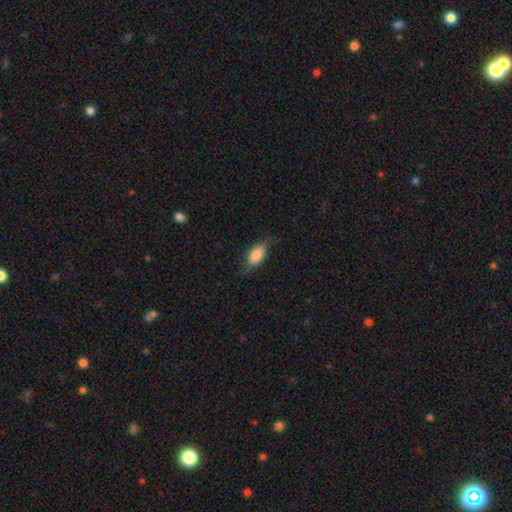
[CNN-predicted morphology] This is clearly a smooth galaxy (83%). How rounded: clearly in between (88%). Merging: likely none (71%).